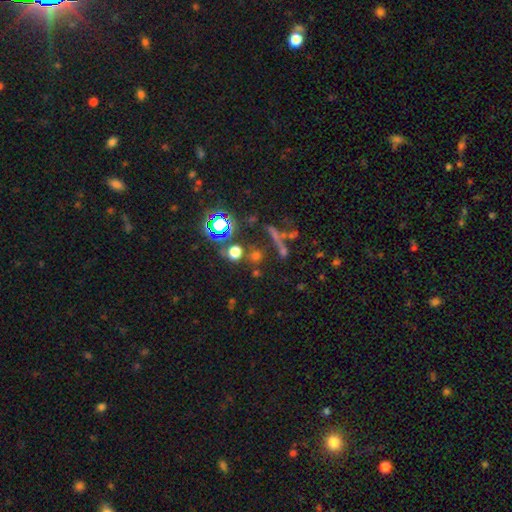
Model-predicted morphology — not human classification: Q: Smooth or featured?
A: smooth (47%); runner-up: star or artifact (39%)
Q: Merging?
A: none (72%); runner-up: merger (15%)